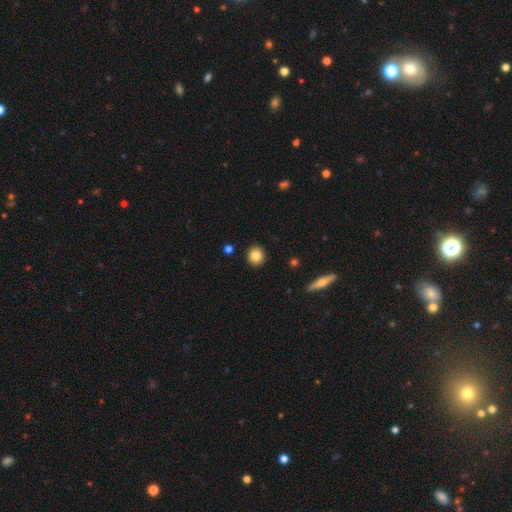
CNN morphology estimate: A smooth galaxy with no disk features (84%) that is round (90%).

Vote fractions:
- Smooth or featured? smooth: 84% / star or artifact: 9% / featured or disk: 7%
- How rounded? round: 90% / in between: 9% / cigar-shaped: 1%
- Merging? none: 92% / minor disturbance: 5% / major disturbance: 2% / merger: 1%